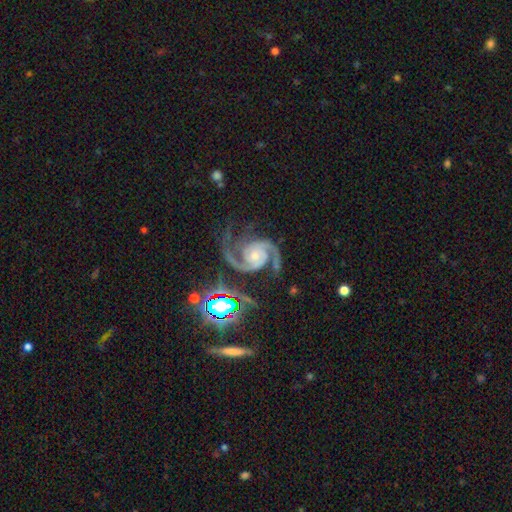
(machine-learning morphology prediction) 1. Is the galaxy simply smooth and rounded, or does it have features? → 93% featured or disk, 5% star or artifact, 3% smooth.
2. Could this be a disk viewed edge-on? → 98% no, 2% yes.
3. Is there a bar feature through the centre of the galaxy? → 71% no, 22% weak, 7% strong.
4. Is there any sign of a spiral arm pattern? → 99% yes, 1% no.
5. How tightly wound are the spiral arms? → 59% medium, 25% tight, 15% loose.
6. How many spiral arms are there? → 81% 2, 11% 3, 2% can't tell, 2% 4, 2% 1, 2% more than 4.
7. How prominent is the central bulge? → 51% small, 37% moderate, 5% large, 5% none, 1% dominant.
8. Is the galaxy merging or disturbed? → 67% none, 18% minor disturbance, 12% major disturbance, 3% merger.